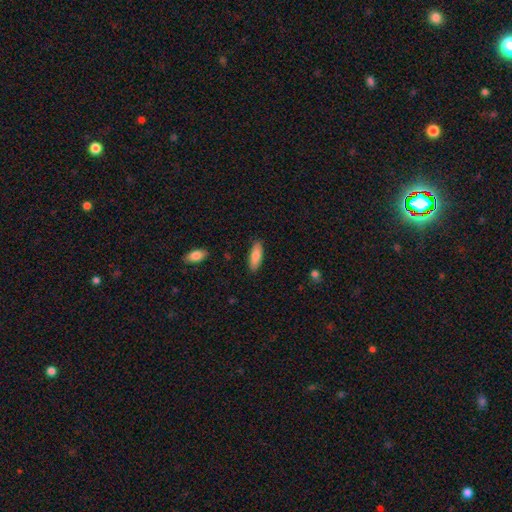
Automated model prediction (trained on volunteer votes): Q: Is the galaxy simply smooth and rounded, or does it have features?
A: smooth — 84%.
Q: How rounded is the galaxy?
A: in between — 62%.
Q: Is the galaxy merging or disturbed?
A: none — 87%.